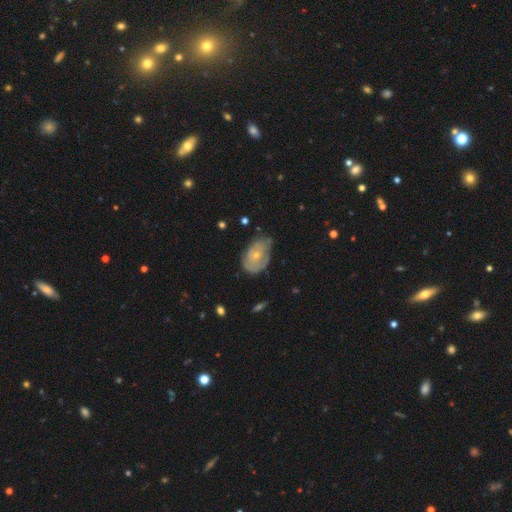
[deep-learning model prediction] A featured or disk galaxy (58%) with no bar (81%), spiral arms (63%) and a small central bulge (65%). Merging: none (50%).